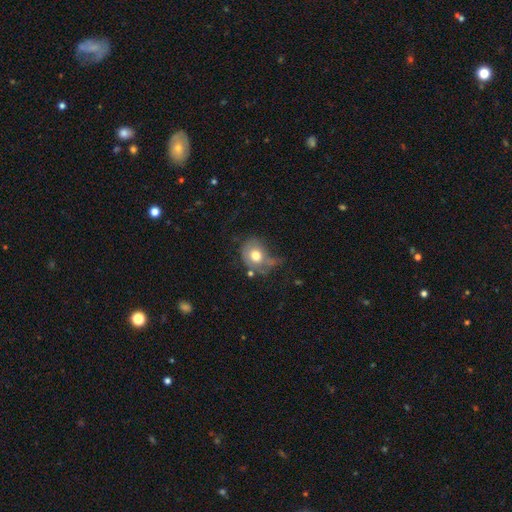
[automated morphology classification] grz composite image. It shows a smooth galaxy with no disk features (69%) that is round (62%). Merging: none (35%).